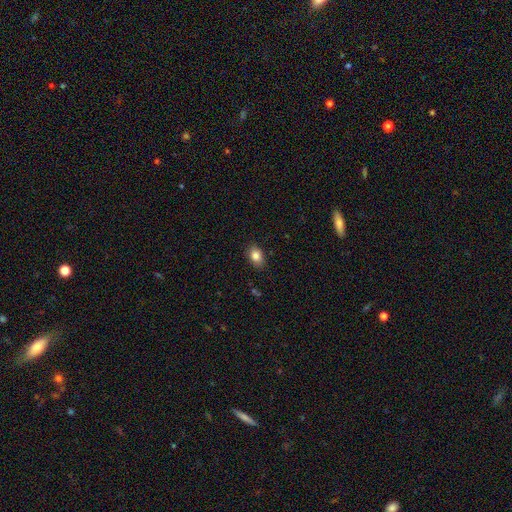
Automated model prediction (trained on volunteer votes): Q: Smooth or featured?
A: smooth (84%); runner-up: star or artifact (9%)
Q: How rounded?
A: in between (81%); runner-up: round (18%)
Q: Merging?
A: none (86%); runner-up: minor disturbance (11%)